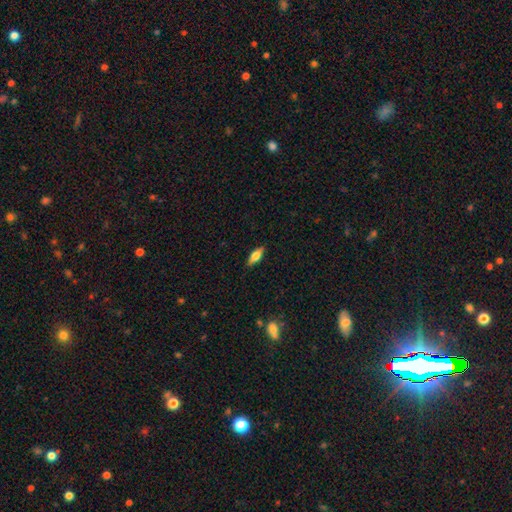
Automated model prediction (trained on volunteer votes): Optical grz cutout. It shows a smooth galaxy with no disk features (71%) that is in between round and cigar-shaped (71%). Merging: none (87%).